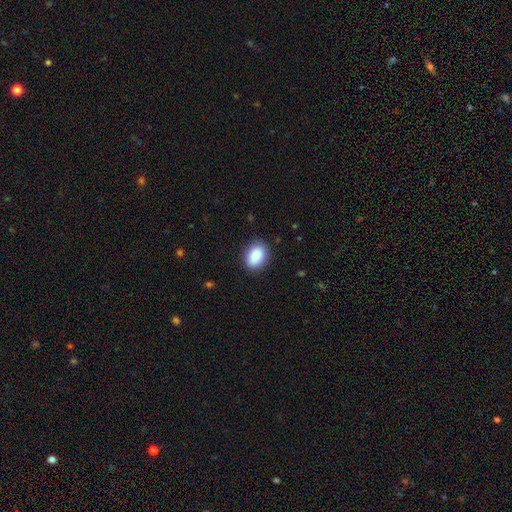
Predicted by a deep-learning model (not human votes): Smooth or featured: smooth — 89% (star or artifact — 7%)
How rounded: in between — 78% (round — 21%)
Merging: none — 87% (minor disturbance — 10%)